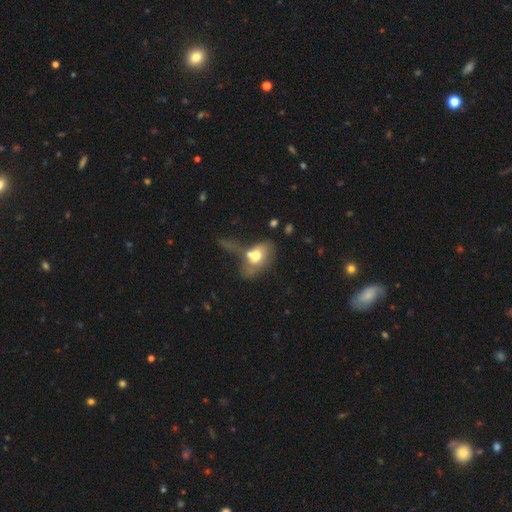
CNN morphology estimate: Overall: smooth (61%; featured or disk 31%). How rounded: in between (84%). Merging: merger (43%; none 21%).